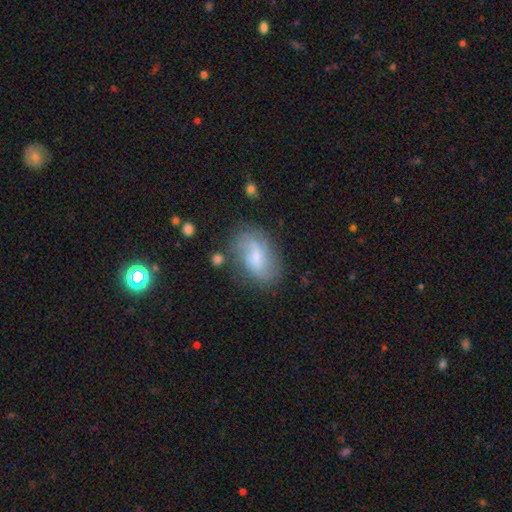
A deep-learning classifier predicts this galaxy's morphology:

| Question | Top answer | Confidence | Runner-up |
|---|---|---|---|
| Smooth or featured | featured or disk | 54% | smooth (37%) |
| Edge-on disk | no | 95% | yes (5%) |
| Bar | weak | 50% | no (38%) |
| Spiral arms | yes | 82% | no (18%) |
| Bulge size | small | 48% | moderate (31%) |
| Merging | none | 66% | minor disturbance (21%) |